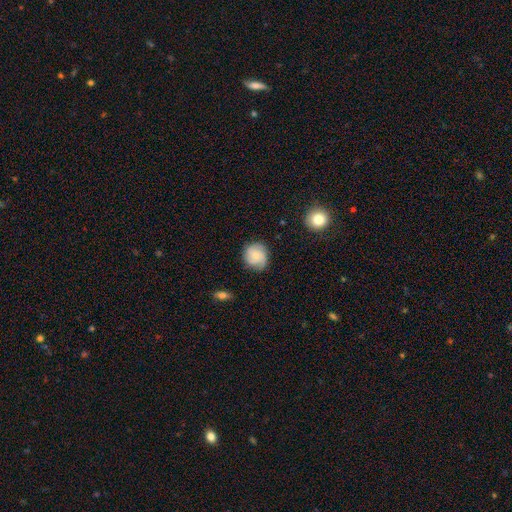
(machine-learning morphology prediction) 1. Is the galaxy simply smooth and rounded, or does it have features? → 53% smooth, 38% featured or disk, 8% star or artifact.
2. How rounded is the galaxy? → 84% round, 15% in between, 1% cigar-shaped.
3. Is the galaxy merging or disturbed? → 75% none, 19% minor disturbance, 5% major disturbance, 1% merger.